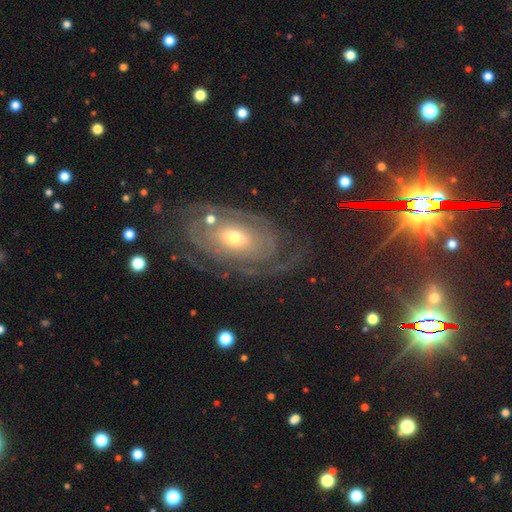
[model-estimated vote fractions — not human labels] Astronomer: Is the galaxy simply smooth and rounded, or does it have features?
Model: featured or disk — 68%.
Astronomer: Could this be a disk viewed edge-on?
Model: no — 91%.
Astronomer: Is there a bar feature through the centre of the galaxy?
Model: no — 69%.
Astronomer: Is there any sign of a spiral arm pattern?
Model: yes — 86%.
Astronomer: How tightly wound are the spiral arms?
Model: tight — 76%.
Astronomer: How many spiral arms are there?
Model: can't tell — 52%.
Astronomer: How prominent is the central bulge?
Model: moderate — 50% (runner-up: small, 44%).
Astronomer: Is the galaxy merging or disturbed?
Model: none — 77%.